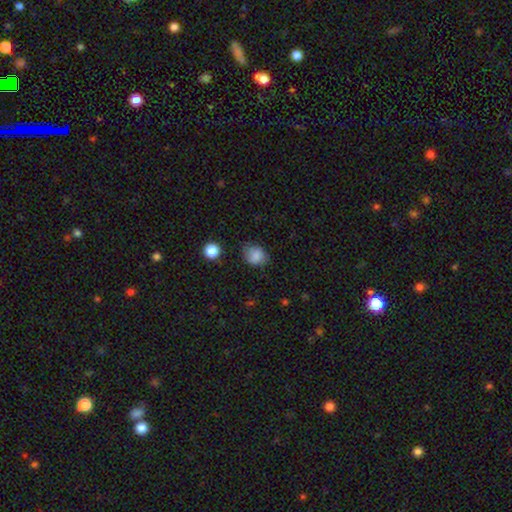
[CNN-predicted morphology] Smooth or featured? Predicted: smooth (p=0.82). How rounded? Predicted: round (p=0.59). Merging? Predicted: none (p=0.65).